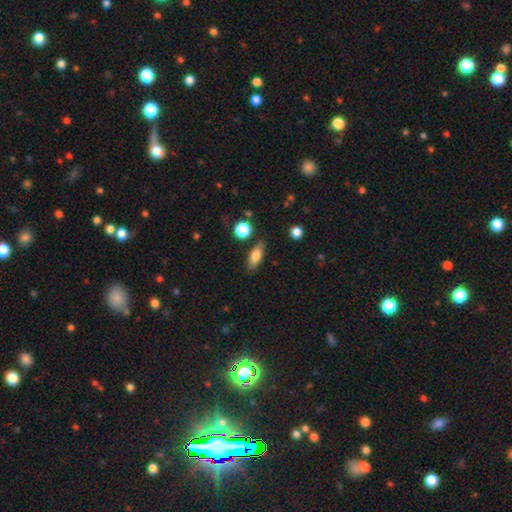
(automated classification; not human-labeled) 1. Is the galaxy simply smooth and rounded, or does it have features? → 75% smooth, 17% featured or disk, 8% star or artifact.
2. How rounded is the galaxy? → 72% in between, 23% cigar-shaped, 6% round.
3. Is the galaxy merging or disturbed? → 80% none, 13% minor disturbance, 3% merger, 3% major disturbance.